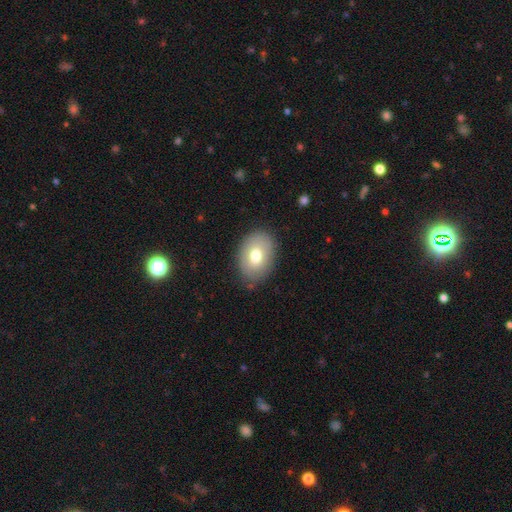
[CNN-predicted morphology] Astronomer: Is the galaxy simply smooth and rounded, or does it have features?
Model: smooth — 74%.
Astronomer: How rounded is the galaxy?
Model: in between — 80%.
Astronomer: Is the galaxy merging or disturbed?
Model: none — 84%.